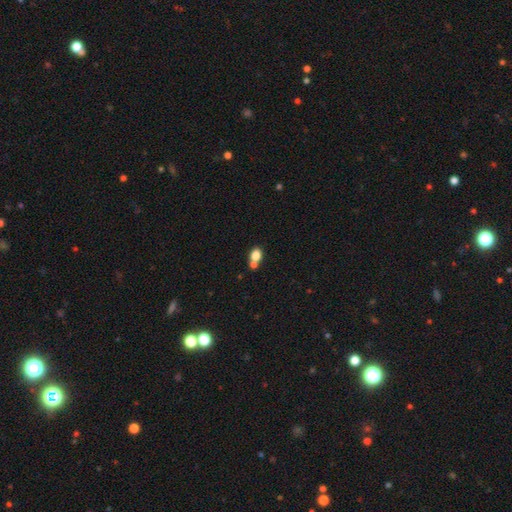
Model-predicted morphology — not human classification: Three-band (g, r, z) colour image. It shows a smooth galaxy with no disk features (80%) that is in between round and cigar-shaped (52%). Merging: none (47%).